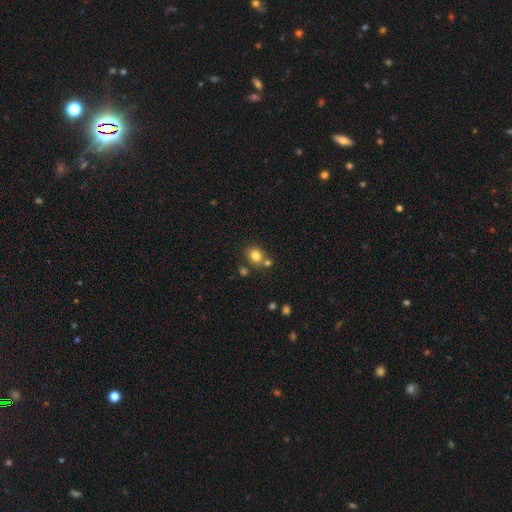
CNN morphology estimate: Smooth or featured? Predicted: smooth (p=0.80). How rounded? Predicted: round (p=0.65). Merging? Predicted: none (p=0.66).